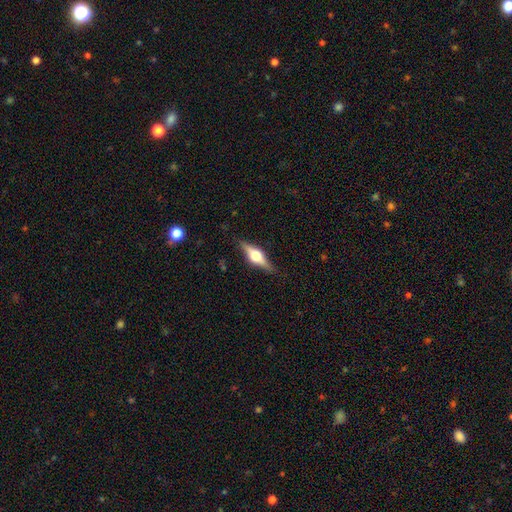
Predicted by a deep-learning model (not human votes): smooth-or-featured: featured or disk: 72% | smooth: 22% | star or artifact: 6%
  disk-edge-on: yes: 97% | no: 3%
    edge-on-bulge: rounded: 94% | boxy: 4% | none: 1%
  merging: none: 87% | minor disturbance: 10% | major disturbance: 2% | merger: 1%